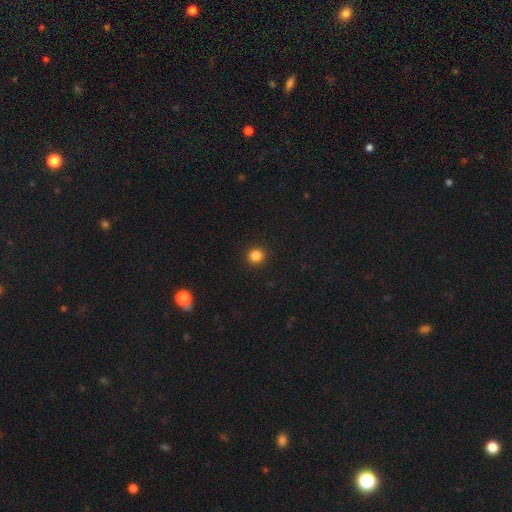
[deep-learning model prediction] This appears to be a smooth galaxy with no disk features (85%) that is round (93%). Merging: none (93%).